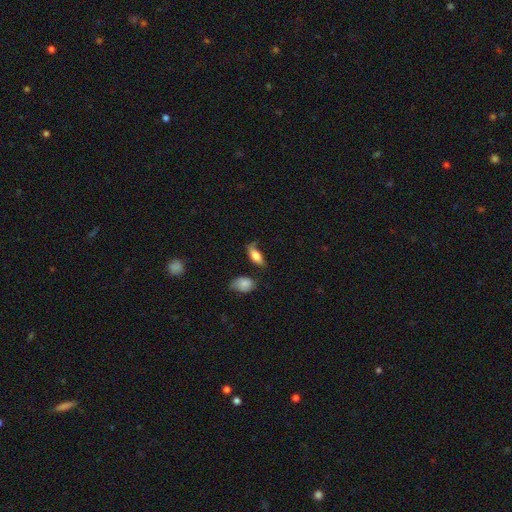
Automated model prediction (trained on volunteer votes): Smooth or featured? Predicted: smooth (p=0.74). How rounded? Predicted: in between (p=0.80). Merging? Predicted: none (p=0.49).